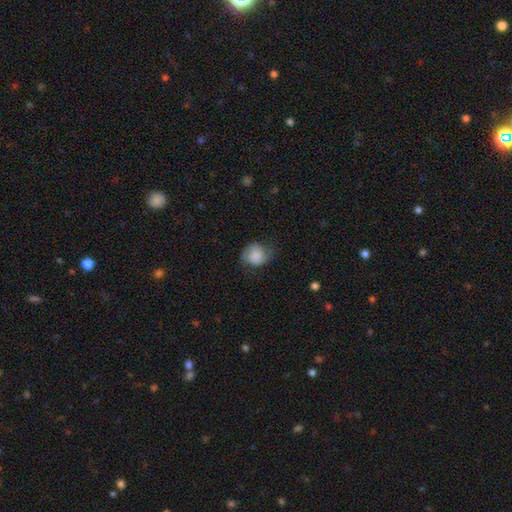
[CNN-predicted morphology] A smooth galaxy with no disk features (71%) that is round (69%).

Vote fractions:
- Smooth or featured? smooth: 71% / featured or disk: 21% / star or artifact: 8%
- How rounded? round: 69% / in between: 30% / cigar-shaped: 1%
- Merging? none: 58% / minor disturbance: 29% / major disturbance: 12% / merger: 1%